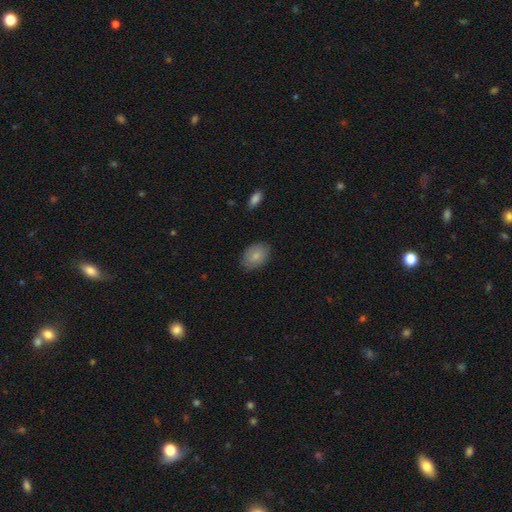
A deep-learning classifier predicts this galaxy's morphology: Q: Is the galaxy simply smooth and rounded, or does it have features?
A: smooth — 81%.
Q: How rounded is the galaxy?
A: in between — 82%.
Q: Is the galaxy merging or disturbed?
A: none — 81%.